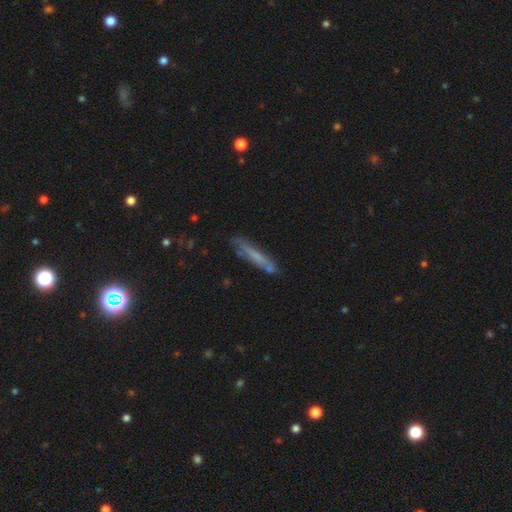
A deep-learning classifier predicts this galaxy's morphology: Smooth or featured: smooth — 58% (featured or disk — 35%)
How rounded: cigar-shaped — 92% (in between — 7%)
Merging: none — 70% (minor disturbance — 20%)